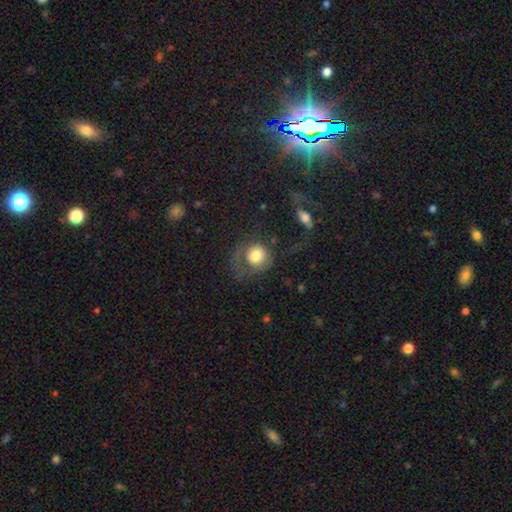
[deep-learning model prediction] Smooth or featured: smooth — 71% (featured or disk — 21%)
How rounded: round — 82% (in between — 17%)
Merging: major disturbance — 43% (none — 33%)